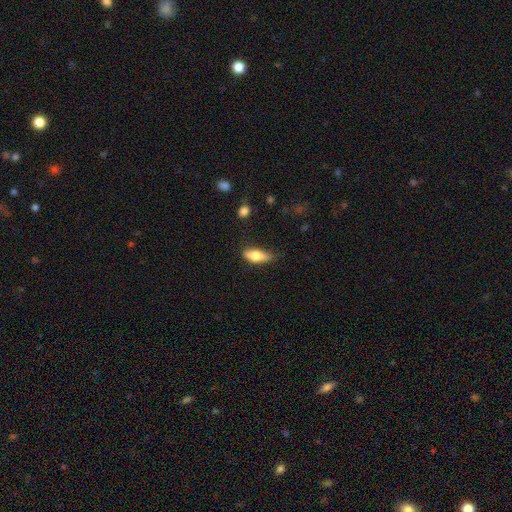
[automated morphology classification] A smooth galaxy with no disk features (70%) that is in between round and cigar-shaped (67%). Merging: none (62%).